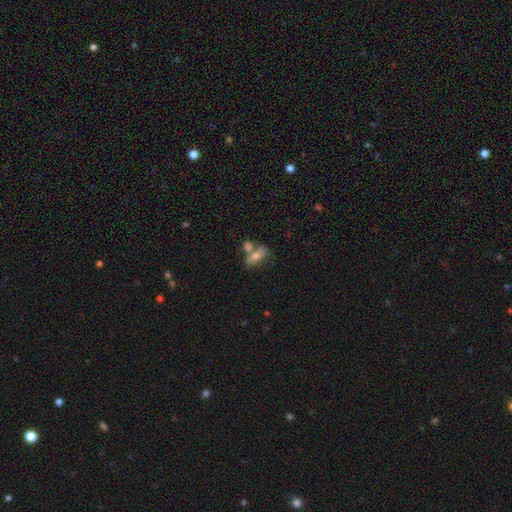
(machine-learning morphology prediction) A smooth galaxy with no disk features (57%) that is in between round and cigar-shaped (72%).

Vote fractions:
- Smooth or featured? smooth: 57% / featured or disk: 32% / star or artifact: 10%
- How rounded? in between: 72% / cigar-shaped: 14% / round: 14%
- Merging? merger: 44% / none: 37% / minor disturbance: 12% / major disturbance: 7%